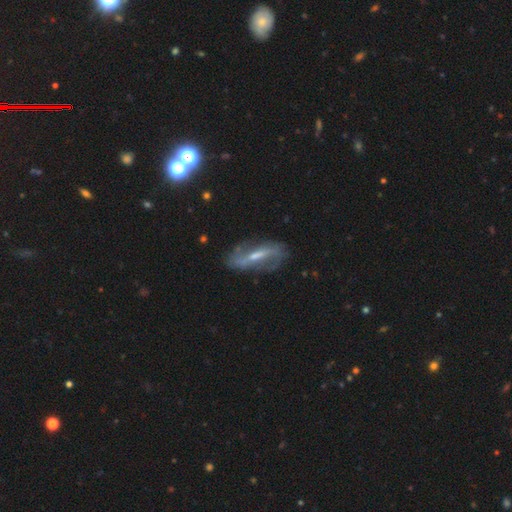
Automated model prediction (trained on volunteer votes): smooth-or-featured: featured or disk: 78% | smooth: 14% | star or artifact: 8%
  disk-edge-on: no: 82% | yes: 18%
    bar: strong: 55% | weak: 32% | no: 13%
    has-spiral-arms: yes: 85% | no: 15%
      spiral-winding: medium: 39% | loose: 38% | tight: 22%
      spiral-arm-count: 2: 82% | can't tell: 11% | 1: 3% | 3: 2% | 4: 1% | more than 4: 1%
    bulge-size: small: 50% | moderate: 40% | none: 6% | large: 3% | dominant: 1%
  merging: none: 76% | minor disturbance: 15% | major disturbance: 7% | merger: 2%